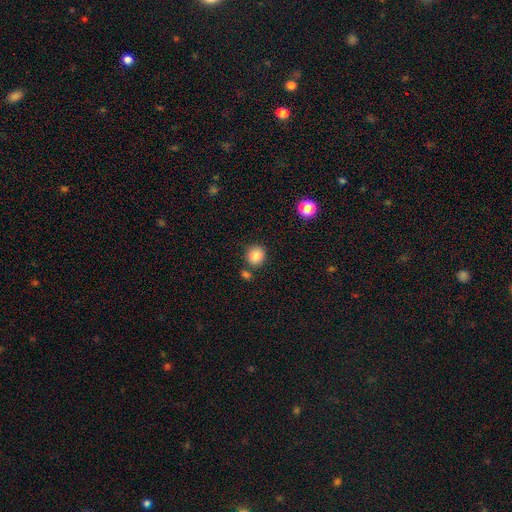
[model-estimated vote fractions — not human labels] smooth_or_featured: smooth (p=0.86) [alt: star or artifact p=0.10]
how_rounded: round (p=0.86) [alt: in between p=0.13]
merging: none (p=0.79) [alt: minor disturbance p=0.10]